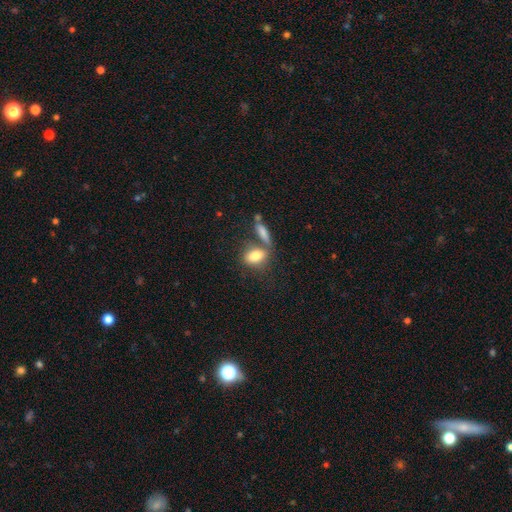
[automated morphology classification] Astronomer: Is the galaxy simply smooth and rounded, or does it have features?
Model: smooth — 79%.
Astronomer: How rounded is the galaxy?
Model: in between — 80%.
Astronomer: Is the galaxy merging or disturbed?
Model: none — 47% (runner-up: merger, 34%).